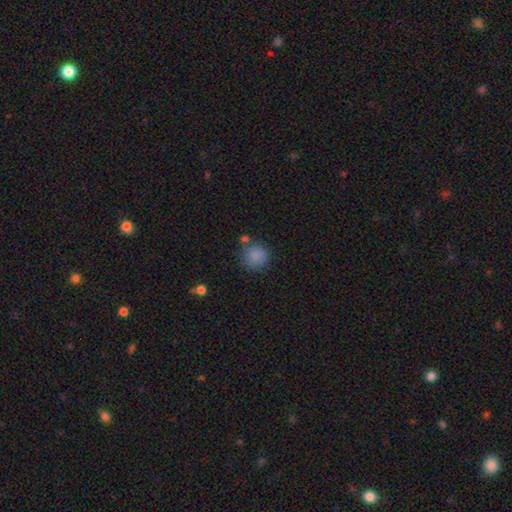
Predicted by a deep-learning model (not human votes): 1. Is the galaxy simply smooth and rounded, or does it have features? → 85% smooth, 10% star or artifact, 5% featured or disk.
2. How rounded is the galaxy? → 90% round, 9% in between, 1% cigar-shaped.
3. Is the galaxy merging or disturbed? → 72% none, 15% minor disturbance, 9% merger, 5% major disturbance.